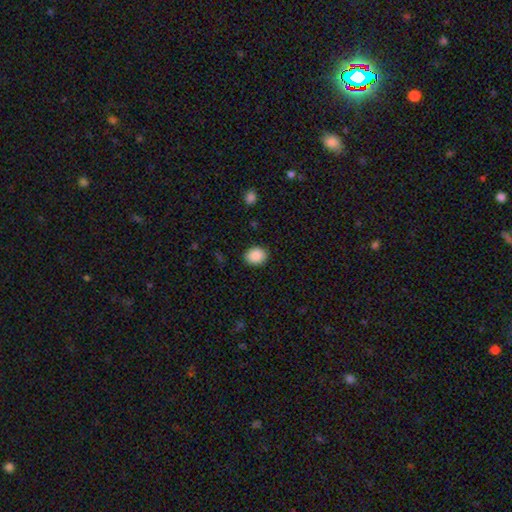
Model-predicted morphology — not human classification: This appears to be a smooth galaxy with no disk features (89%) that is round (52%). Merging: none (89%).